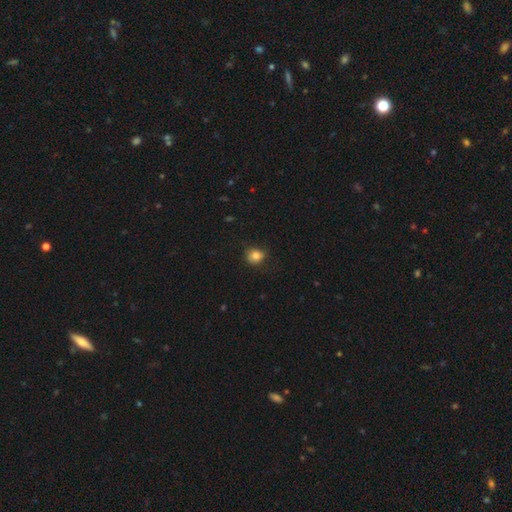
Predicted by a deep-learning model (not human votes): Smooth or featured? Predicted: smooth (p=0.82). How rounded? Predicted: round (p=0.78). Merging? Predicted: none (p=0.77).